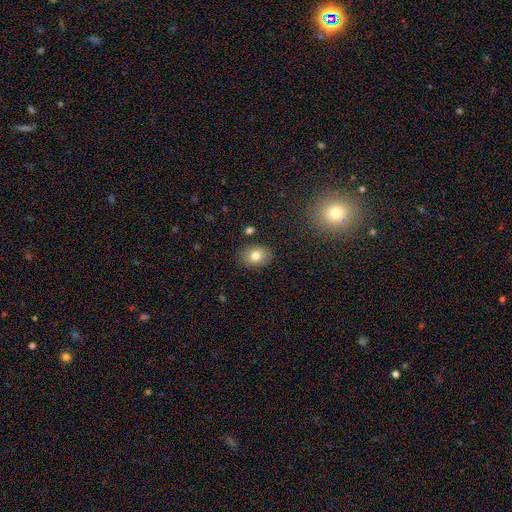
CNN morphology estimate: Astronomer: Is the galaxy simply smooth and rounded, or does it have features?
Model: smooth — 78%.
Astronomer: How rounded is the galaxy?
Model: in between — 70%.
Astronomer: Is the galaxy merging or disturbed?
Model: none — 85%.